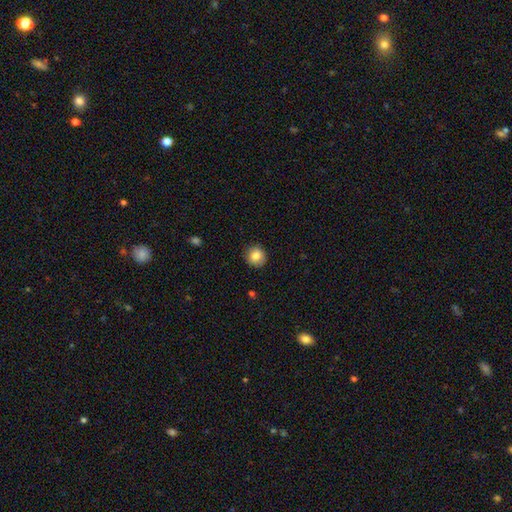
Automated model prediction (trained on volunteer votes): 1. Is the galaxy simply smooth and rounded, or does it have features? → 84% smooth, 9% star or artifact, 7% featured or disk.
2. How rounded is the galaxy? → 90% round, 9% in between, 1% cigar-shaped.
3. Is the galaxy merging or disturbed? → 87% none, 10% minor disturbance, 2% major disturbance, 1% merger.